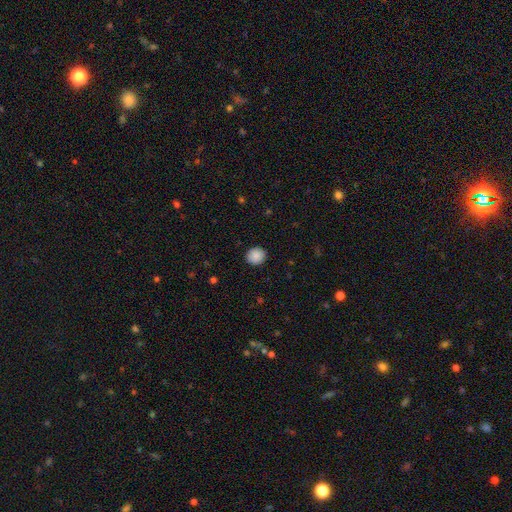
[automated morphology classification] A smooth galaxy with no disk features (88%) that is round (86%). Merging: none (91%).